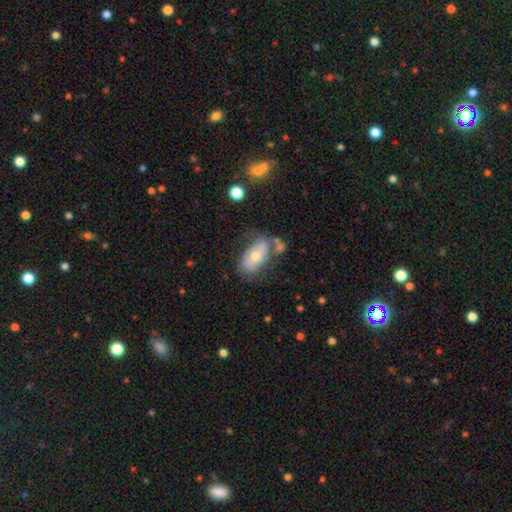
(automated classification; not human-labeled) Smooth or featured? Predicted: smooth (p=0.56). How rounded? Predicted: in between (p=0.91). Merging? Predicted: none (p=0.50).